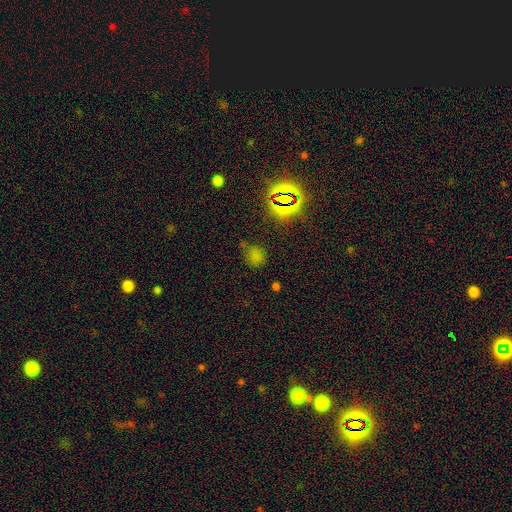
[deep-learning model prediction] smooth_or_featured: smooth (p=0.58) [alt: star or artifact p=0.36]
how_rounded: round (p=0.73) [alt: in between p=0.25]
merging: none (p=0.68) [alt: minor disturbance p=0.19]